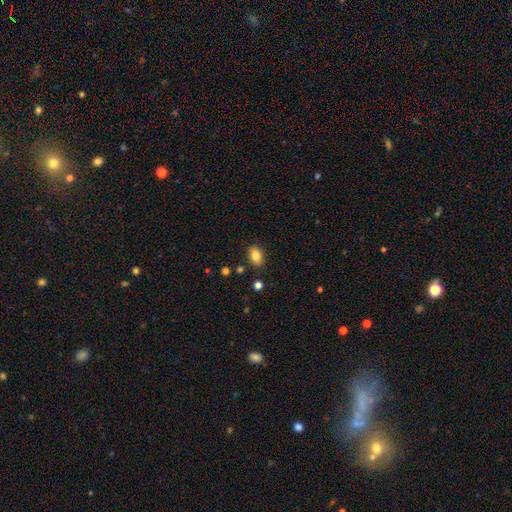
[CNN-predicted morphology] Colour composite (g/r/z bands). It shows a smooth galaxy with no disk features (85%) that is in between round and cigar-shaped (88%). Merging: none (85%).